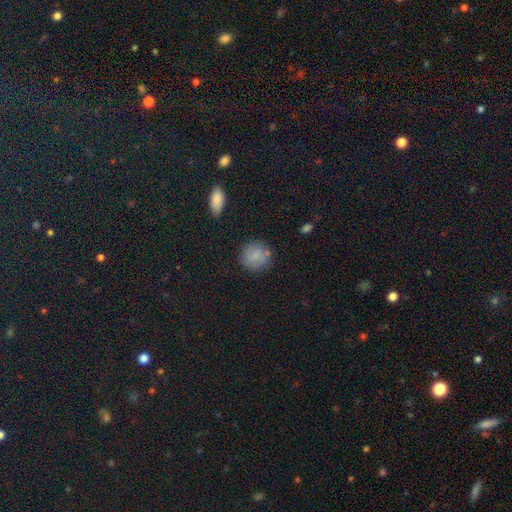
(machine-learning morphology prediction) The model was most divided on "merging": none: 78%, minor disturbance: 14%, major disturbance: 4%, merger: 4%. More confident: how rounded — round (86%); smooth or featured — smooth (82%).